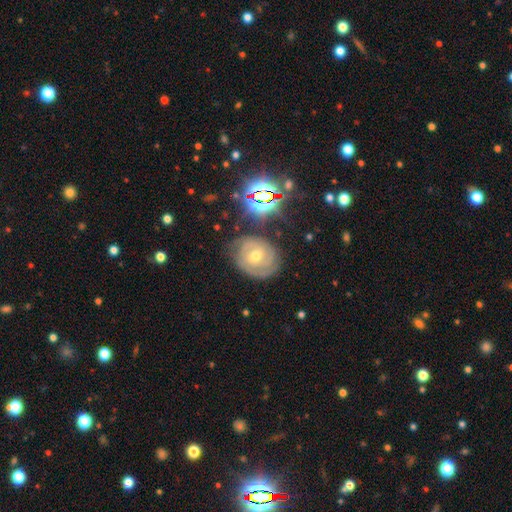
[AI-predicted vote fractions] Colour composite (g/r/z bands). It shows a featured or disk galaxy (75%) with no bar (57%), 2 (41%) tight (74%) spiral arms (92%) and a moderate central bulge (59%). Merging: none (75%).